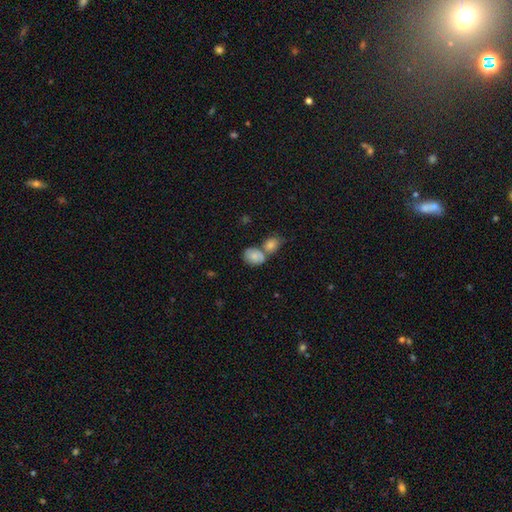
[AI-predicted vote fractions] This appears to be a smooth galaxy with no disk features (78%) that is in between round and cigar-shaped (61%). Merging: merger (51%).